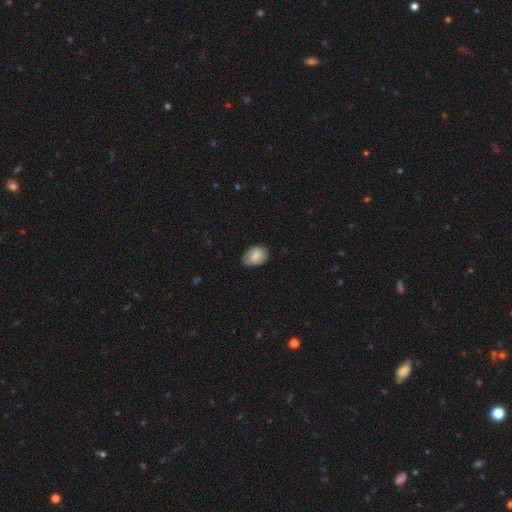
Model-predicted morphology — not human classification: smooth 74%, featured or disk 19%, star or artifact 7%. Down the decision tree: how rounded — in between (76%); merging — none (68%).